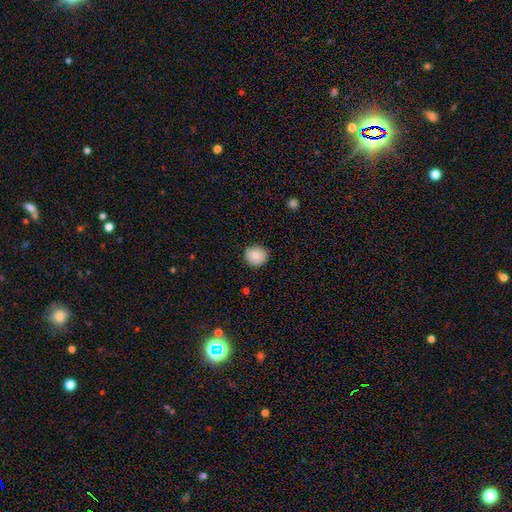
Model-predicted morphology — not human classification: Smooth or featured? Predicted: smooth (p=0.85). How rounded? Predicted: round (p=0.90). Merging? Predicted: none (p=0.89).